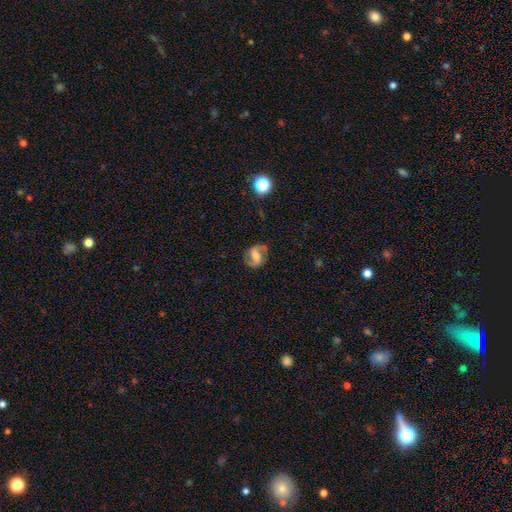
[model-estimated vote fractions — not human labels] Smooth or featured?
  - featured or disk: 80% *
  - smooth: 14%
  - star or artifact: 7%
Edge-on disk?
  - no: 97% *
  - yes: 3%
Bar?
  - weak: 42% *
  - strong: 39%
  - no: 19%
Spiral arms?
  - yes: 94% *
  - no: 6%
Spiral winding?
  - medium: 52% *
  - loose: 28%
  - tight: 21%
Spiral arm count?
  - 2: 91% *
  - can't tell: 3%
  - 1: 2%
  - 3: 1%
  - 4: 1%
  - more than 4: 1%
Bulge size?
  - moderate: 52% *
  - small: 25%
  - large: 14%
  - none: 7%
  - dominant: 2%
Merging?
  - none: 81% *
  - minor disturbance: 13%
  - major disturbance: 5%
  - merger: 1%